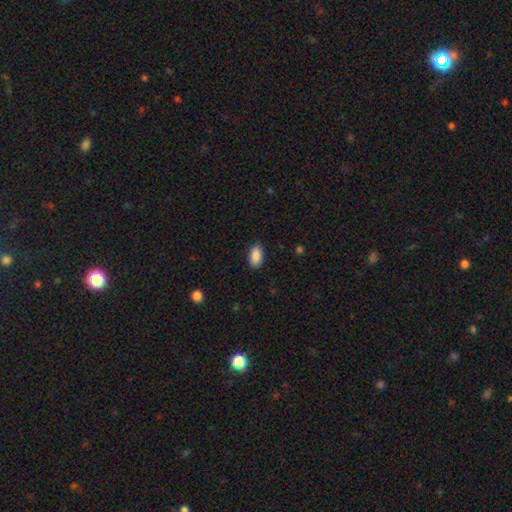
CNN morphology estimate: Q: Smooth or featured?
A: smooth (89%); runner-up: star or artifact (7%)
Q: How rounded?
A: in between (93%); runner-up: round (4%)
Q: Merging?
A: none (87%); runner-up: minor disturbance (10%)